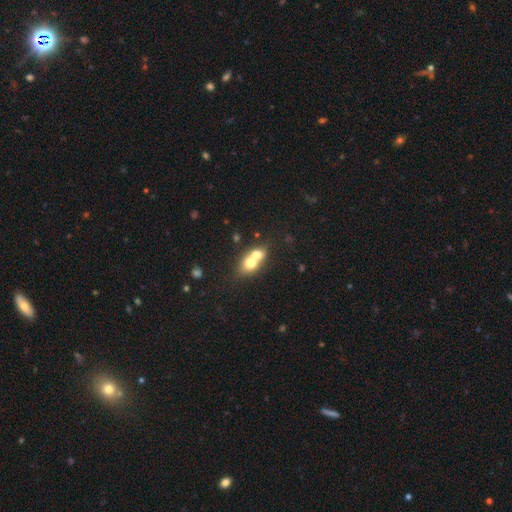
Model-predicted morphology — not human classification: type=smooth (66%); roundness=in between (53%); merging=merger (69%).